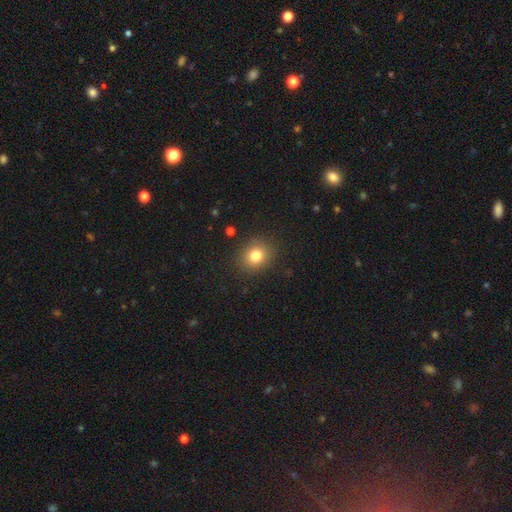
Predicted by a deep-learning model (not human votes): Overall: smooth (81%). How rounded: round (69%; in between 30%). Merging: none (87%).